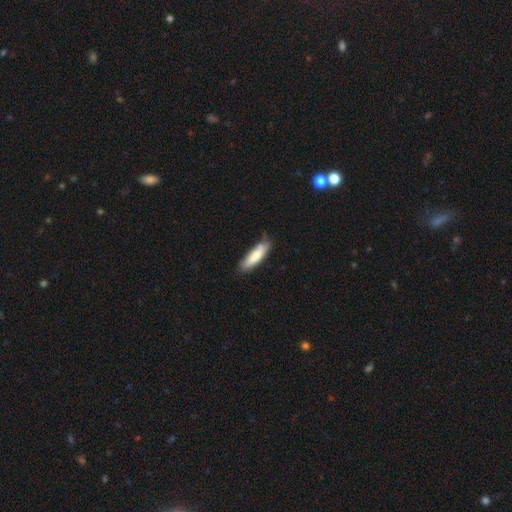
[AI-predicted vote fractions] Q: Smooth or featured?
A: smooth (78%); runner-up: featured or disk (16%)
Q: How rounded?
A: cigar-shaped (60%); runner-up: in between (38%)
Q: Merging?
A: none (71%); runner-up: minor disturbance (23%)